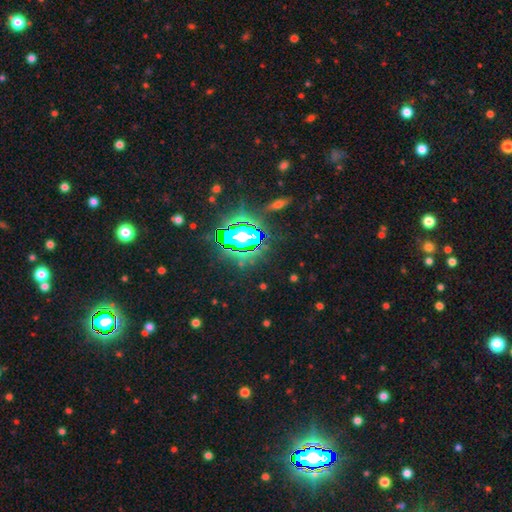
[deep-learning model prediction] star or artifact 83%, smooth 10%, featured or disk 7%.